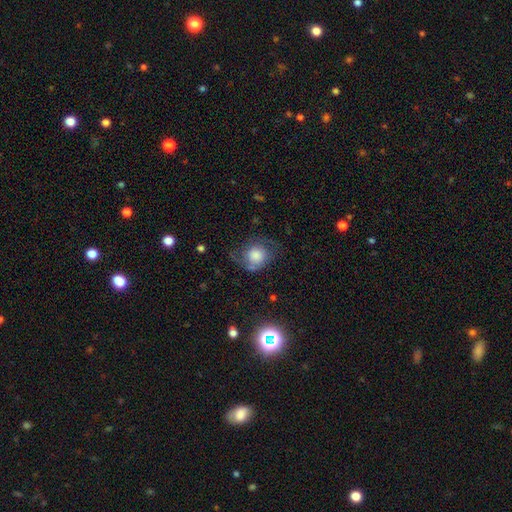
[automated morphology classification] type=featured or disk (47%); merging=none (55%).